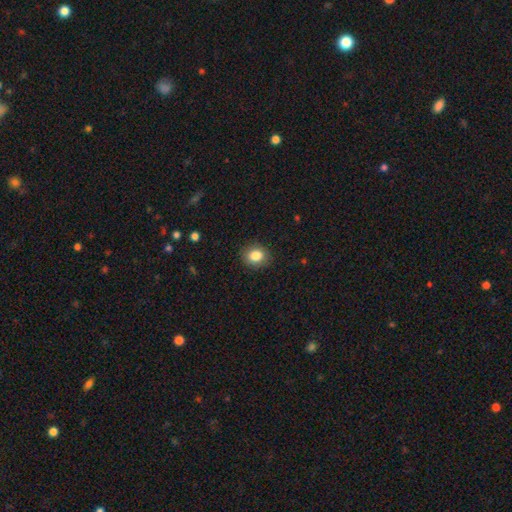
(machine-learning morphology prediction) This appears to be a smooth galaxy with no disk features (84%) that is round (65%). Merging: none (88%).